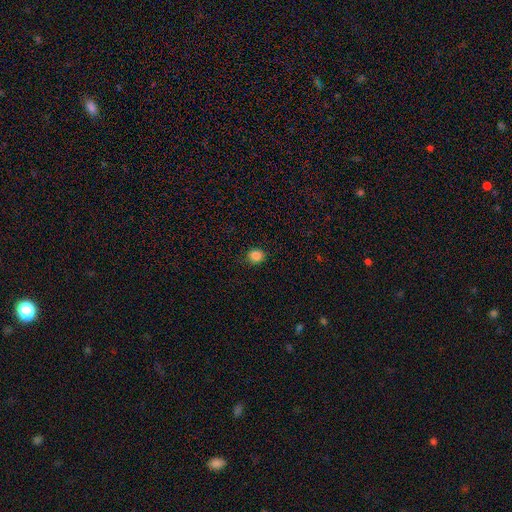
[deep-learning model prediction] Smooth or featured?
  - smooth: 85% *
  - star or artifact: 11%
  - featured or disk: 3%
How rounded?
  - round: 77% *
  - in between: 23%
  - cigar-shaped: 1%
Merging?
  - none: 88% *
  - minor disturbance: 9%
  - major disturbance: 2%
  - merger: 1%